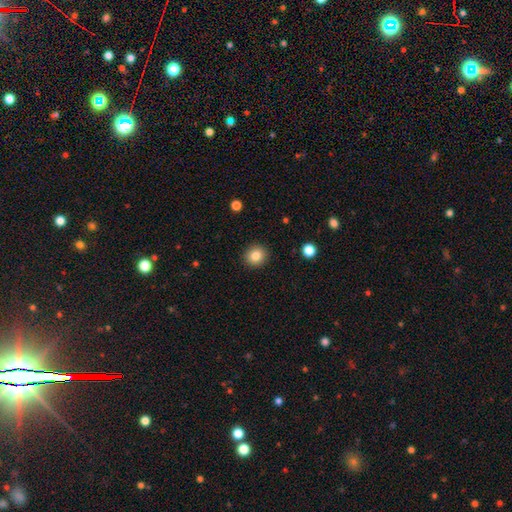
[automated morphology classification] A smooth galaxy with no disk features (83%) that is round (89%). Merging: none (91%).